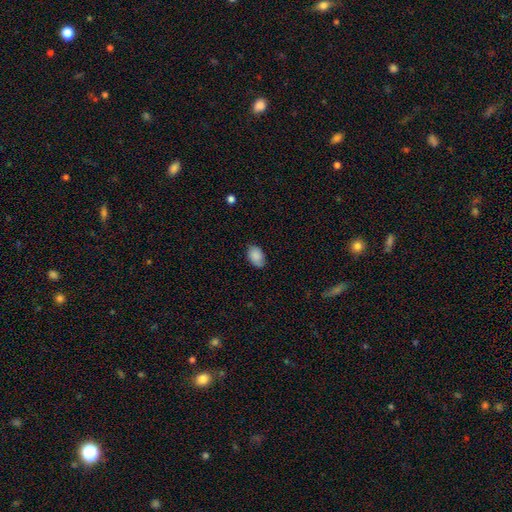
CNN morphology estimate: This appears to be a smooth galaxy with no disk features (86%) that is in between round and cigar-shaped (87%). Merging: none (77%).